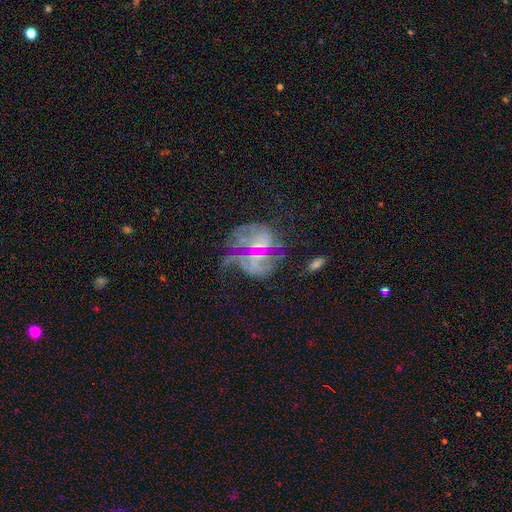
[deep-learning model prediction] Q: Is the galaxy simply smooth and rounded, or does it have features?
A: featured or disk — 59%.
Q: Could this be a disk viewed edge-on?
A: no — 97%.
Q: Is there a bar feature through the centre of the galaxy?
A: no — 57%.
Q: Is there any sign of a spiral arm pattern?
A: yes — 66%.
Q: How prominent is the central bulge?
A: small — 51%.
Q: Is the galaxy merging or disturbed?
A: none — 49%.